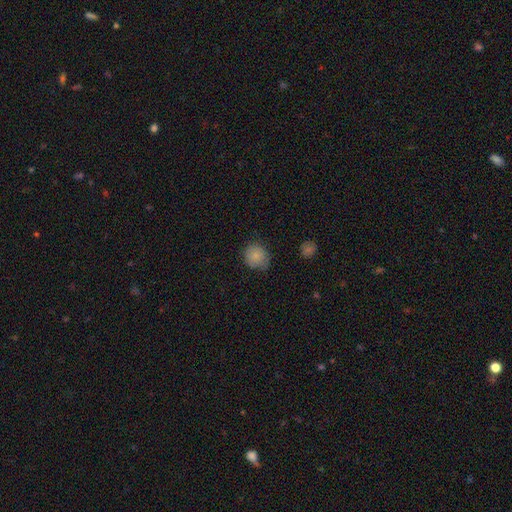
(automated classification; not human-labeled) The model was most divided on "merging": none: 72%, minor disturbance: 23%, major disturbance: 4%, merger: 1%. More confident: how rounded — round (85%); smooth or featured — smooth (84%).